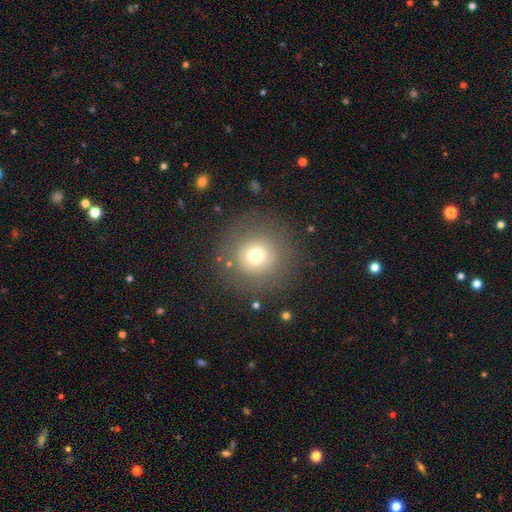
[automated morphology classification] Overall: smooth (69%). How rounded: round (95%). Merging: none (84%).